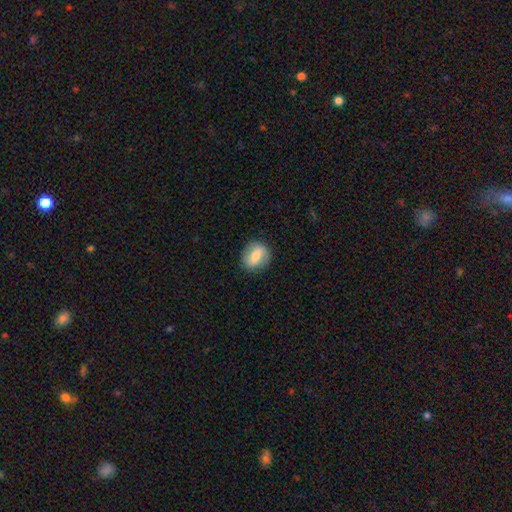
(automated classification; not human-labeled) smooth-or-featured: smooth: 61% | featured or disk: 32% | star or artifact: 7%
  how-rounded: round: 60% | in between: 38% | cigar-shaped: 2%
  merging: none: 85% | minor disturbance: 11% | major disturbance: 3% | merger: 1%